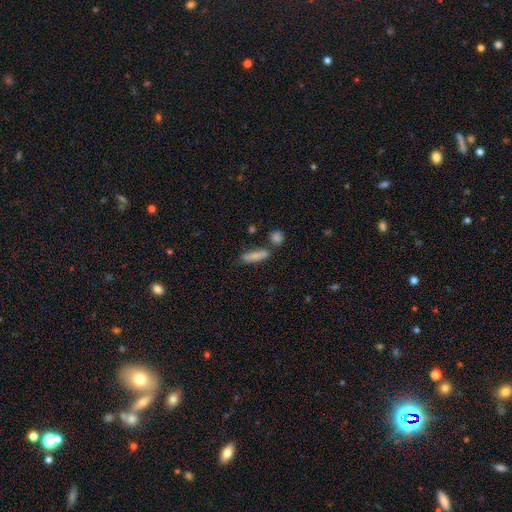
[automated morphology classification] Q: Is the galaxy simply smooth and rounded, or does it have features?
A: smooth — 81%.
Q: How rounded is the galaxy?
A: cigar-shaped — 71%.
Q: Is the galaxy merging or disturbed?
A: none — 69%.